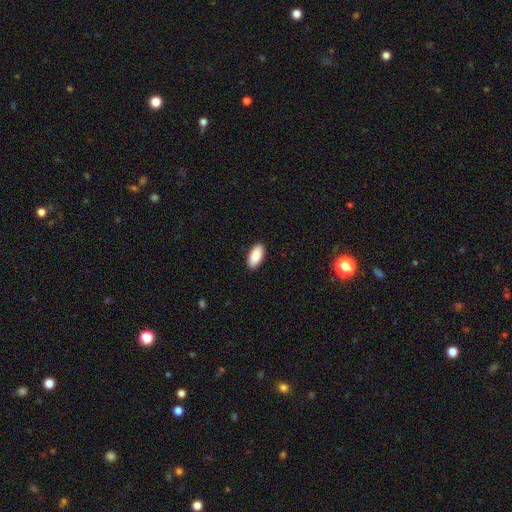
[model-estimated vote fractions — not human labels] Smooth or featured? smooth (90%)
How rounded? in between (93%)
Merging? none (90%)